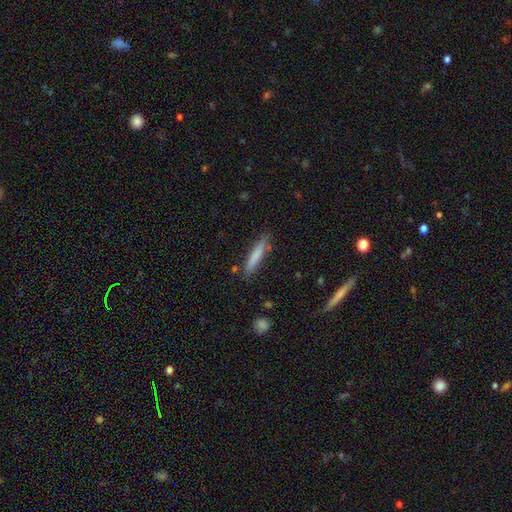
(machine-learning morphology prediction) The model was most divided on "smooth or featured": smooth: 78%, featured or disk: 15%, star or artifact: 6%. More confident: how rounded — cigar-shaped (90%); merging — none (84%).